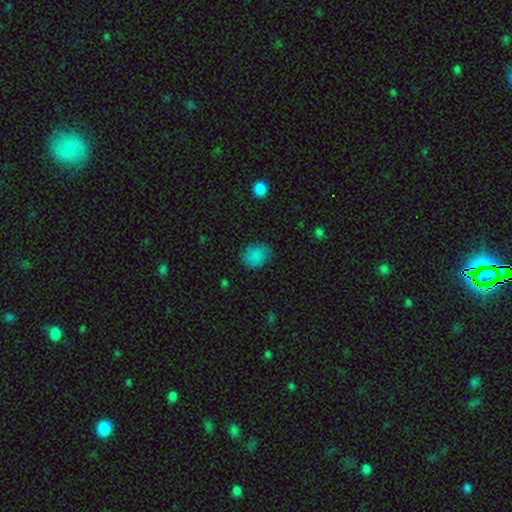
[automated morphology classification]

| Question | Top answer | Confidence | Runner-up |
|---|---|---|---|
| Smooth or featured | smooth | 85% | star or artifact (10%) |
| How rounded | round | 61% | in between (38%) |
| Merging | none | 76% | minor disturbance (19%) |